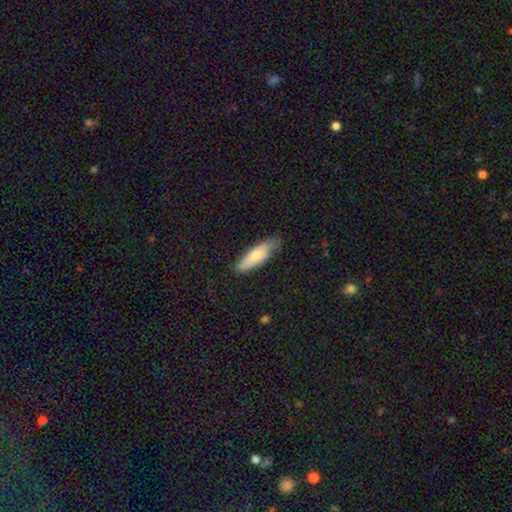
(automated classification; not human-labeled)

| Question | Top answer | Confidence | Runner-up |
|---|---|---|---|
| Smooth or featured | smooth | 75% | featured or disk (20%) |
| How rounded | in between | 52% | cigar-shaped (46%) |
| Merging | none | 62% | minor disturbance (31%) |